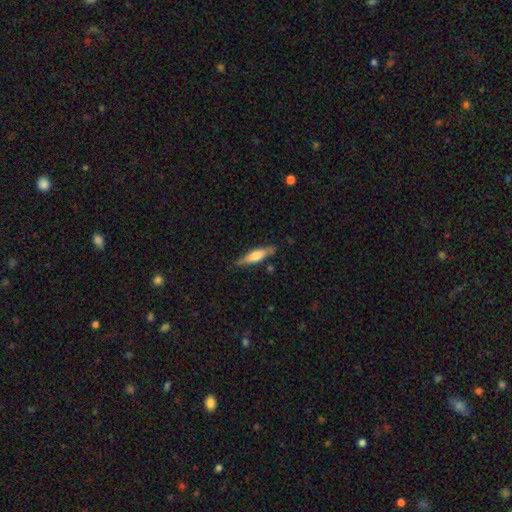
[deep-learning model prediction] Smooth or featured?
  - featured or disk: 48% *
  - smooth: 46%
  - star or artifact: 6%
Merging?
  - none: 80% *
  - minor disturbance: 15%
  - major disturbance: 3%
  - merger: 2%